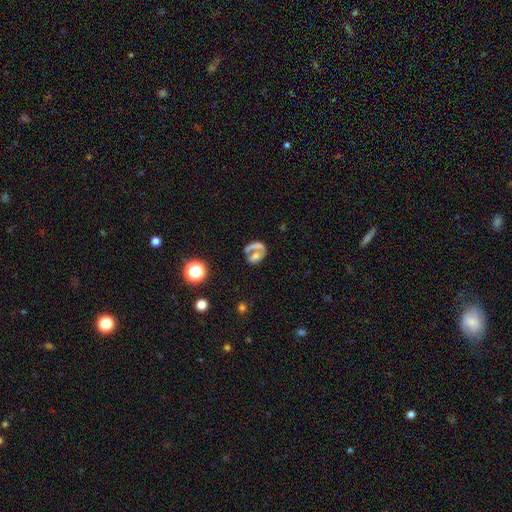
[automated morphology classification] This is marginally a smooth galaxy (37%). Merging: marginally none (41%).